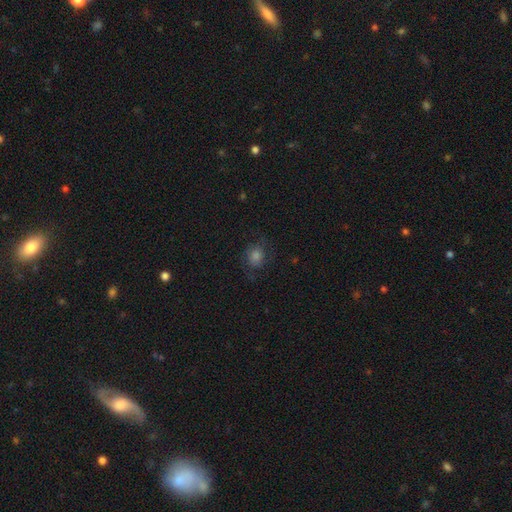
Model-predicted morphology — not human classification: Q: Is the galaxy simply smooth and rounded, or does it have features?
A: smooth — 50%.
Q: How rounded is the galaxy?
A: round — 68%.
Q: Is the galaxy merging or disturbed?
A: none — 69%.